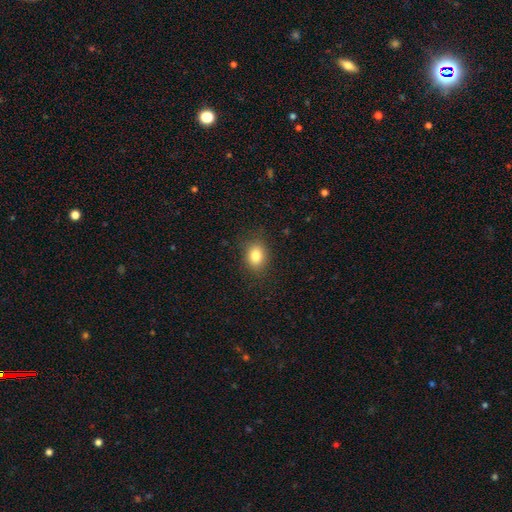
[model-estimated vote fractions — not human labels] A smooth galaxy with no disk features (82%) that is in between round and cigar-shaped (61%). Merging: none (85%).